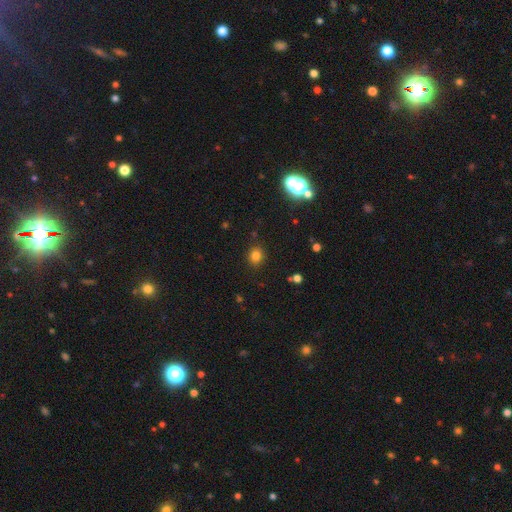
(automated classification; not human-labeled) This appears to be a smooth galaxy with no disk features (78%) that is round (77%). Merging: none (88%).